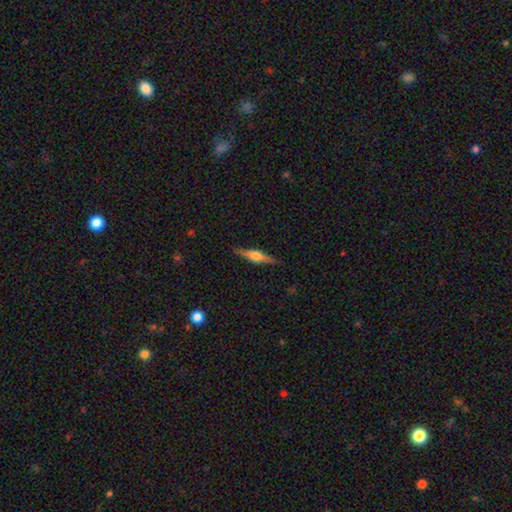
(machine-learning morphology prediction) The model was most divided on "smooth or featured": featured or disk: 68%, smooth: 26%, star or artifact: 6%. More confident: edge-on disk — yes (97%); merging — none (89%); edge-on bulge — rounded (88%).